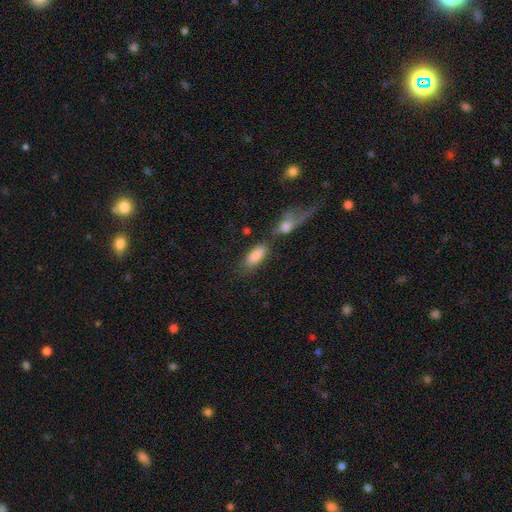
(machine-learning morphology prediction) Smooth or featured?
  - smooth: 81% *
  - featured or disk: 11%
  - star or artifact: 8%
How rounded?
  - in between: 79% *
  - cigar-shaped: 18%
  - round: 3%
Merging?
  - none: 48% *
  - merger: 29%
  - minor disturbance: 14%
  - major disturbance: 9%